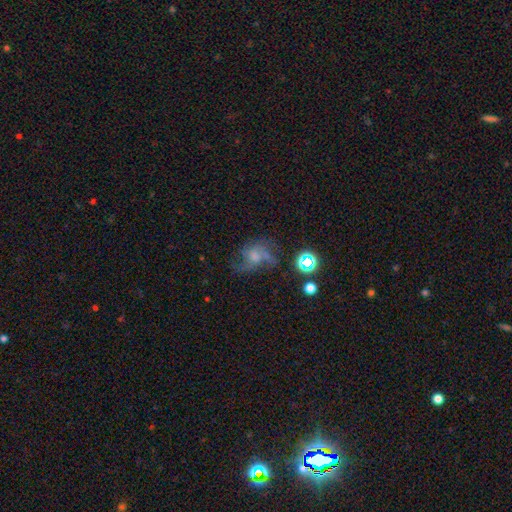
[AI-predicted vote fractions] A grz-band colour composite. It shows a featured or disk galaxy (51%). Merging: none (37%).